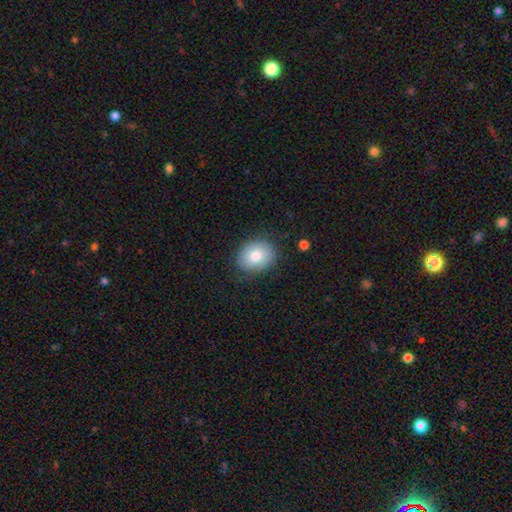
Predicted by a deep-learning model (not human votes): Smooth or featured?
  - smooth: 78% *
  - featured or disk: 15%
  - star or artifact: 8%
How rounded?
  - in between: 59% *
  - round: 40%
  - cigar-shaped: 1%
Merging?
  - none: 79% *
  - minor disturbance: 15%
  - major disturbance: 4%
  - merger: 1%